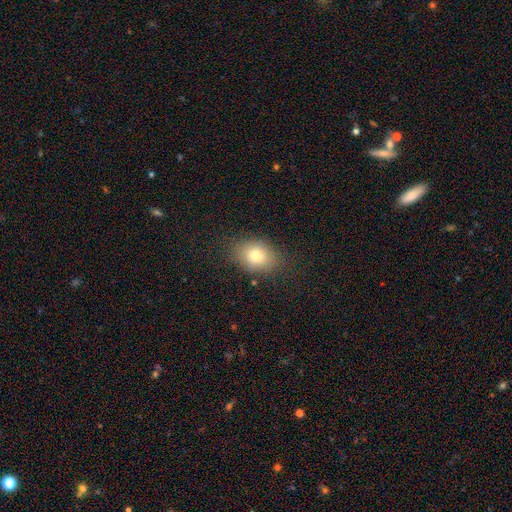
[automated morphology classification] smooth_or_featured: smooth (p=0.78) [alt: featured or disk p=0.12]
how_rounded: in between (p=0.70) [alt: round p=0.28]
merging: none (p=0.80) [alt: minor disturbance p=0.14]